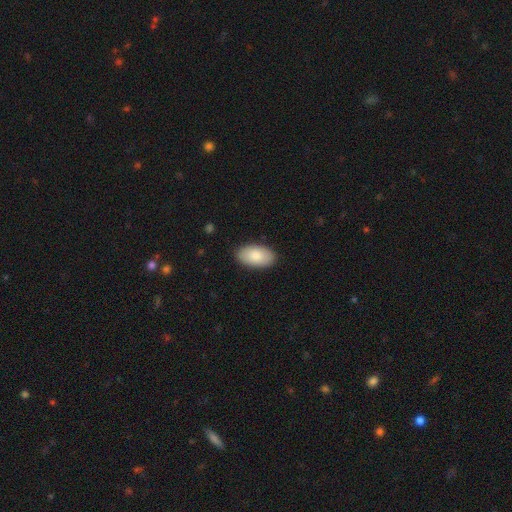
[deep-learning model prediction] Smooth or featured? smooth (85%)
How rounded? in between (96%)
Merging? none (88%)